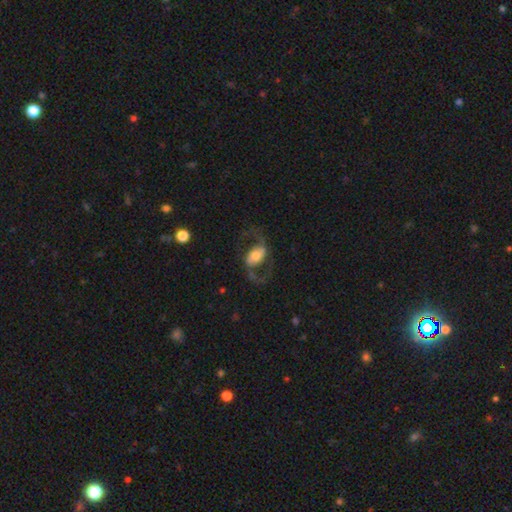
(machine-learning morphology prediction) Q: Smooth or featured?
A: featured or disk (78%); runner-up: smooth (16%)
Q: Edge-on disk?
A: no (96%); runner-up: yes (4%)
Q: Bar?
A: weak (37%); runner-up: strong (32%)
Q: Spiral arms?
A: yes (91%); runner-up: no (9%)
Q: Spiral winding?
A: loose (50%); runner-up: medium (43%)
Q: Spiral arm count?
A: 2 (92%); runner-up: can't tell (2%)
Q: Bulge size?
A: moderate (55%); runner-up: small (20%)
Q: Merging?
A: none (69%); runner-up: major disturbance (17%)